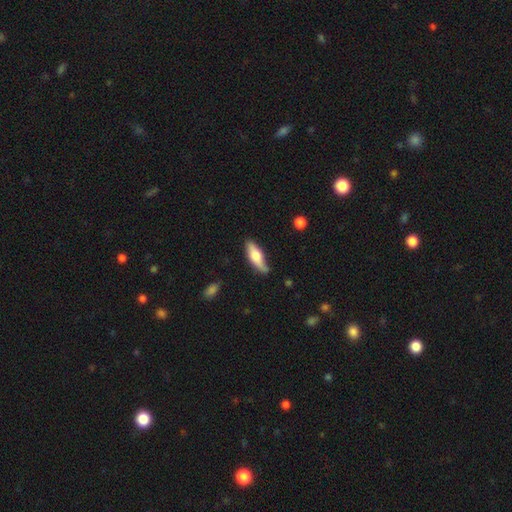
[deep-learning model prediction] The model was most divided on "how rounded": in between: 50%, cigar-shaped: 47%, round: 2%. More confident: merging — none (72%); smooth or featured — smooth (55%).